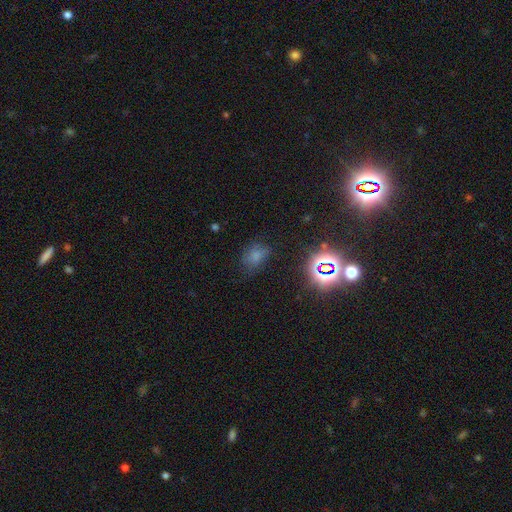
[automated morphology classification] Overall: smooth (61%; star or artifact 28%). How rounded: in between (69%; round 29%). Merging: none (62%; minor disturbance 25%).